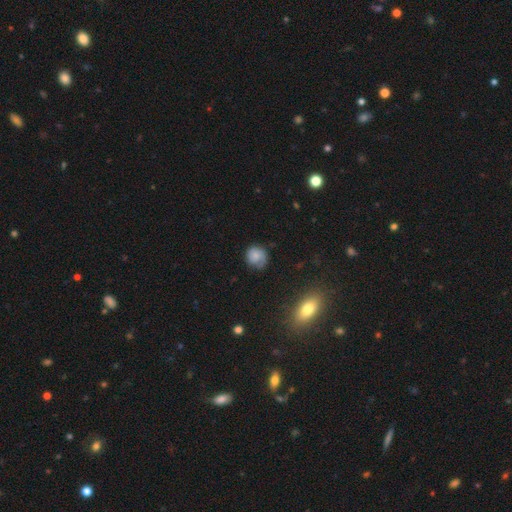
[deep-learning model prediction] A smooth galaxy with no disk features (59%) that is round (77%).

Vote fractions:
- Smooth or featured? smooth: 59% / featured or disk: 30% / star or artifact: 10%
- How rounded? round: 77% / in between: 21% / cigar-shaped: 1%
- Merging? none: 57% / minor disturbance: 27% / major disturbance: 14% / merger: 2%